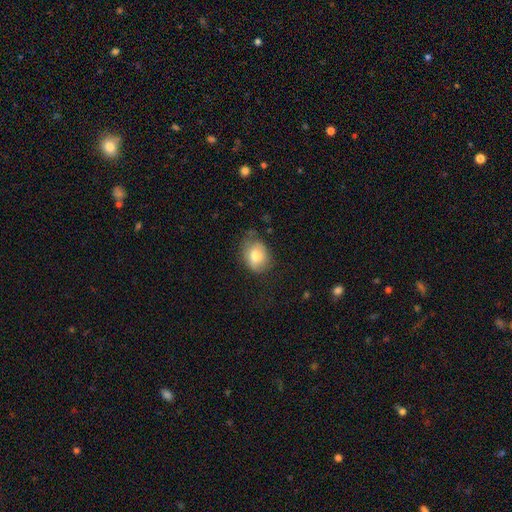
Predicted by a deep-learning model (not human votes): Overall: smooth (76%). How rounded: in between (56%; round 43%). Merging: none (61%; minor disturbance 29%).